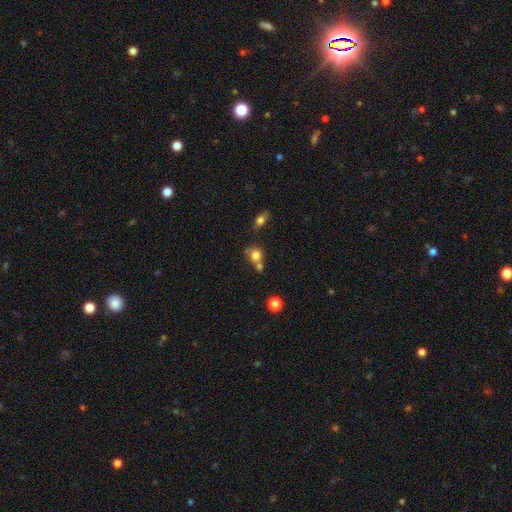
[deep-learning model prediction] Smooth or featured? Predicted: smooth (p=0.77). How rounded? Predicted: round (p=0.79). Merging? Predicted: none (p=0.44).